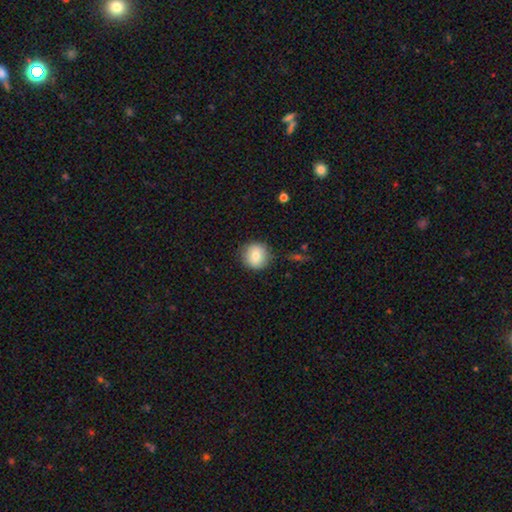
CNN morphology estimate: This appears to be a smooth galaxy with no disk features (82%) that is round (92%). Merging: none (87%).